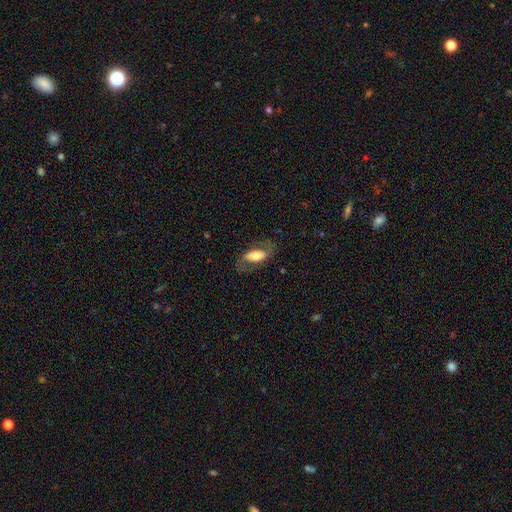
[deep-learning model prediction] This appears to be a featured or disk galaxy (48%). Merging: none (72%).